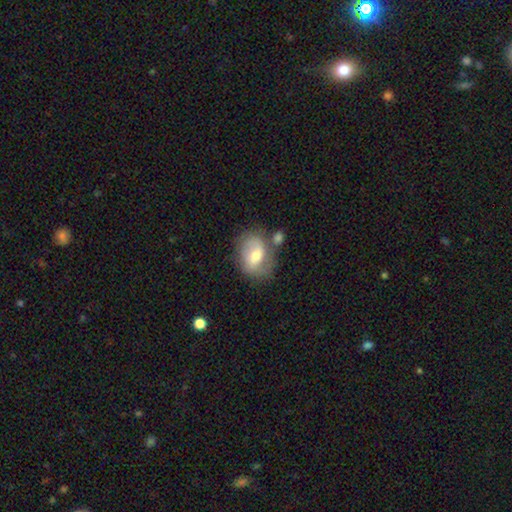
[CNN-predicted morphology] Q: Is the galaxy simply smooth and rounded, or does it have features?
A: featured or disk — 47%.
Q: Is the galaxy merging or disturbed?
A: none — 55%.